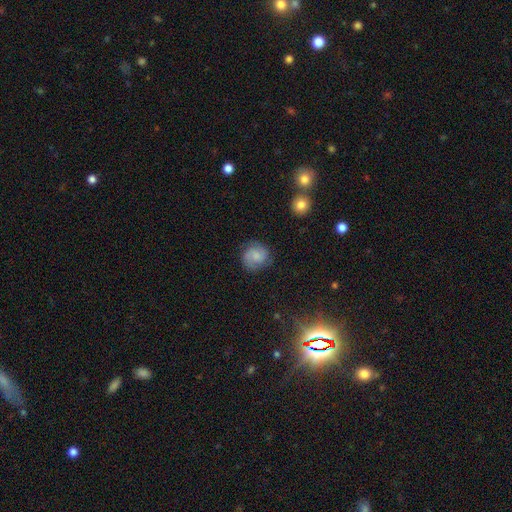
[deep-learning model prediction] Smooth or featured: smooth — 47% (featured or disk — 44%)
Merging: none — 77% (minor disturbance — 16%)